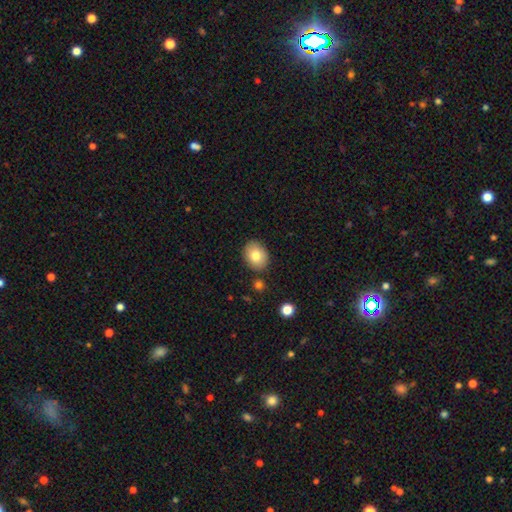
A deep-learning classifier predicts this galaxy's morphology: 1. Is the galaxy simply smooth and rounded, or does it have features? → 79% smooth, 12% featured or disk, 8% star or artifact.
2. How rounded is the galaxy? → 56% in between, 43% round, 1% cigar-shaped.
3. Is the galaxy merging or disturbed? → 85% none, 10% minor disturbance, 3% merger, 2% major disturbance.